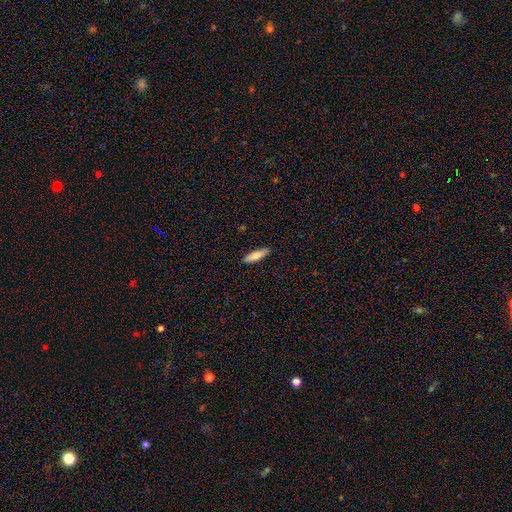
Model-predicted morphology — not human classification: A smooth galaxy with no disk features (81%) that is cigar-shaped (60%).

Vote fractions:
- Smooth or featured? smooth: 81% / featured or disk: 13% / star or artifact: 6%
- How rounded? cigar-shaped: 60% / in between: 39% / round: 2%
- Merging? none: 89% / minor disturbance: 8% / major disturbance: 2% / merger: 1%